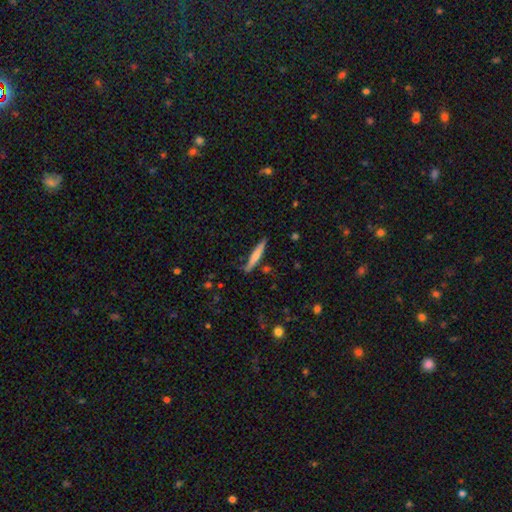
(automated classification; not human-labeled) Morphology: type=smooth (62%); roundness=cigar-shaped (94%); merging=none (81%).